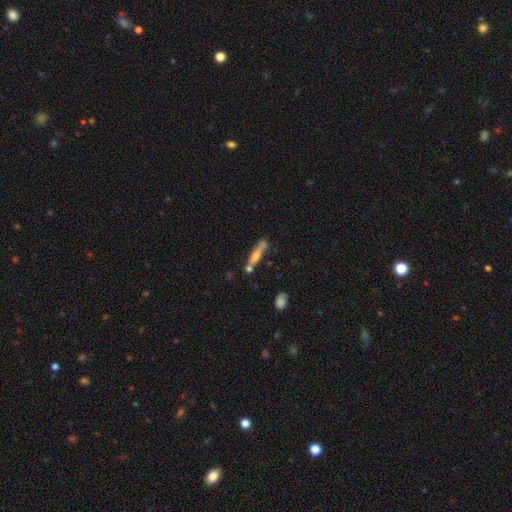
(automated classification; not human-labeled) Morphology: type=smooth (51%); roundness=cigar-shaped (85%); merging=none (53%).